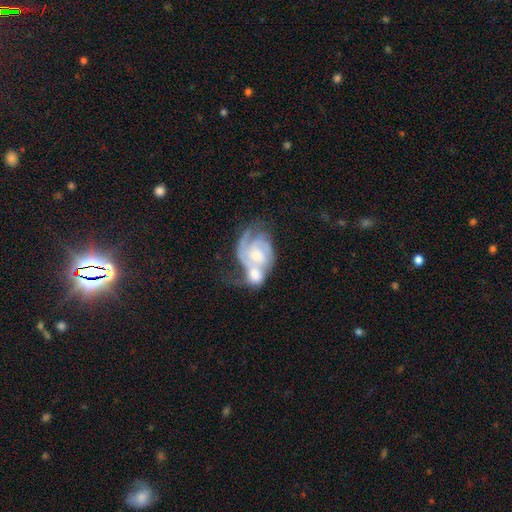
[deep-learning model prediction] A featured or disk galaxy (79%) with no bar (64%), 2 (47%) tight (50%) spiral arms (89%) and a moderate central bulge (47%). Merging: merger (63%).